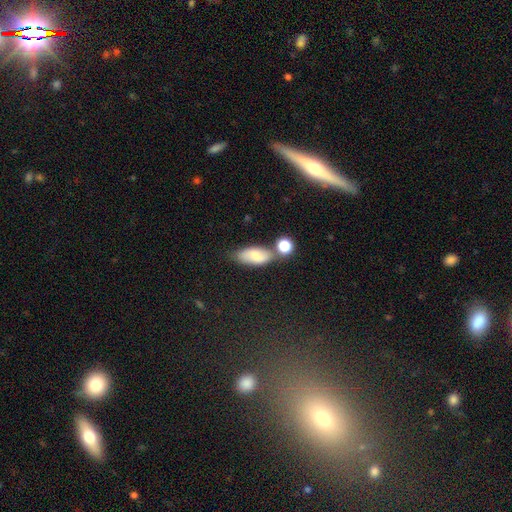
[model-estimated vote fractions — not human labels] smooth-or-featured: smooth: 69% | featured or disk: 21% | star or artifact: 10%
  how-rounded: in between: 84% | cigar-shaped: 12% | round: 5%
  merging: none: 61% | minor disturbance: 18% | merger: 16% | major disturbance: 5%